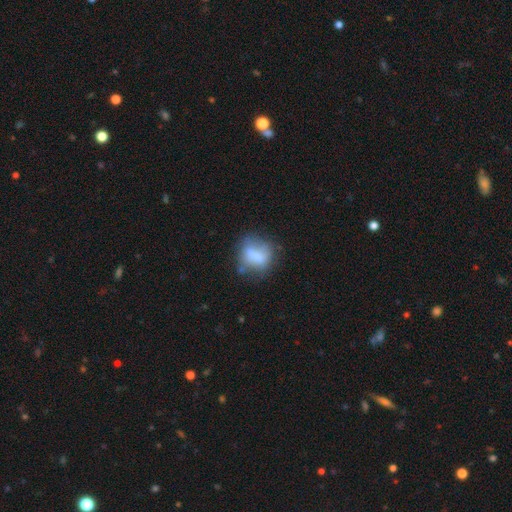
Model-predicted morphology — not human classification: A smooth galaxy with no disk features (64%) that is round (49%).

Vote fractions:
- Smooth or featured? smooth: 64% / featured or disk: 27% / star or artifact: 10%
- How rounded? round: 49% / in between: 48% / cigar-shaped: 3%
- Merging? none: 45% / minor disturbance: 26% / major disturbance: 17% / merger: 13%